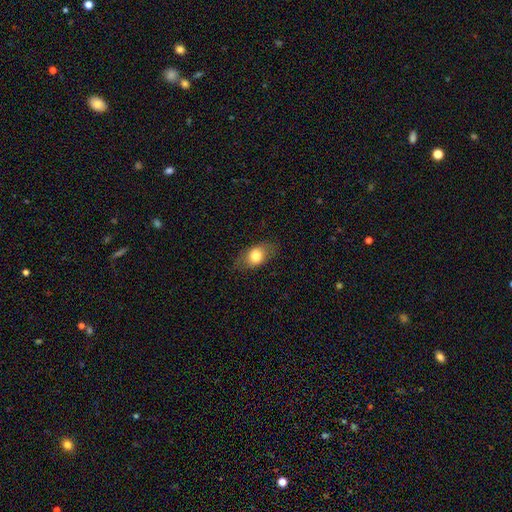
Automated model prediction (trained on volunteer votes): Smooth or featured?
  - smooth: 75% *
  - featured or disk: 17%
  - star or artifact: 8%
How rounded?
  - in between: 78% *
  - round: 19%
  - cigar-shaped: 3%
Merging?
  - none: 77% *
  - minor disturbance: 16%
  - major disturbance: 6%
  - merger: 1%